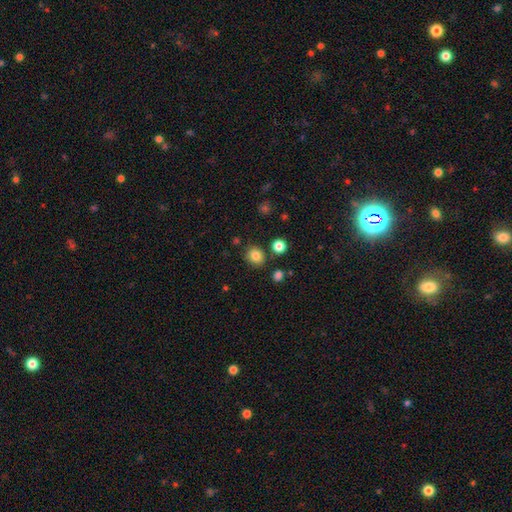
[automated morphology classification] Overall: smooth (83%). How rounded: round (74%). Merging: none (82%).